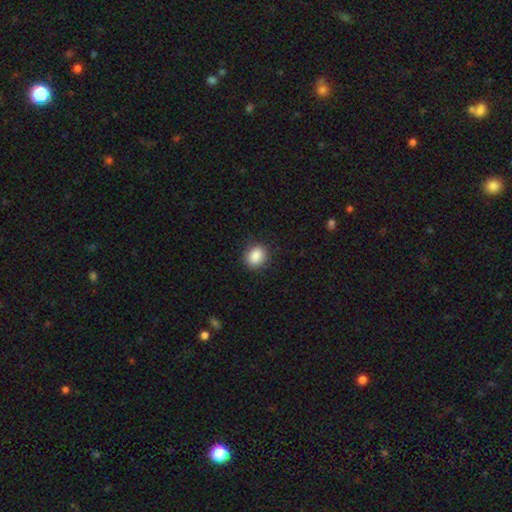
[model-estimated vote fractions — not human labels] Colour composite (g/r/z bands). It shows a smooth galaxy with no disk features (87%) that is round (62%). Merging: none (86%).